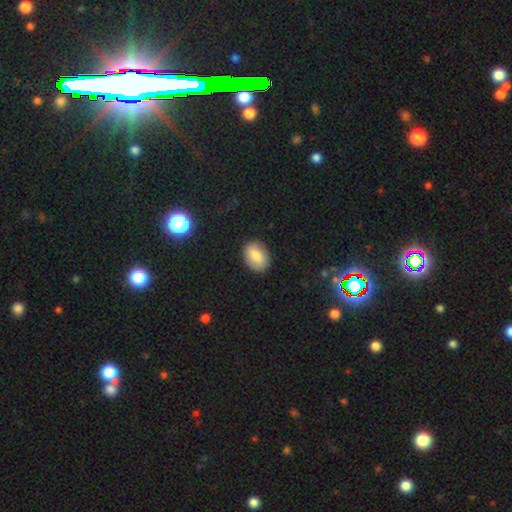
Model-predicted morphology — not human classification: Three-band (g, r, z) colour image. It shows a smooth galaxy with no disk features (81%) that is in between round and cigar-shaped (69%). Merging: none (86%).